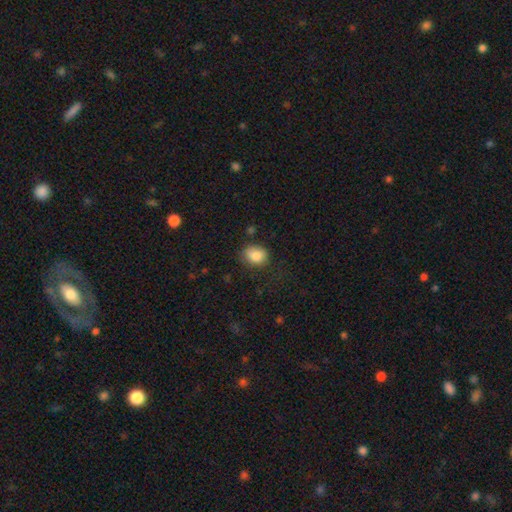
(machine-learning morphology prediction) A smooth galaxy with no disk features (85%) that is in between round and cigar-shaped (52%).

Vote fractions:
- Smooth or featured? smooth: 85% / star or artifact: 9% / featured or disk: 6%
- How rounded? in between: 52% / round: 47% / cigar-shaped: 1%
- Merging? none: 67% / minor disturbance: 23% / major disturbance: 7% / merger: 3%